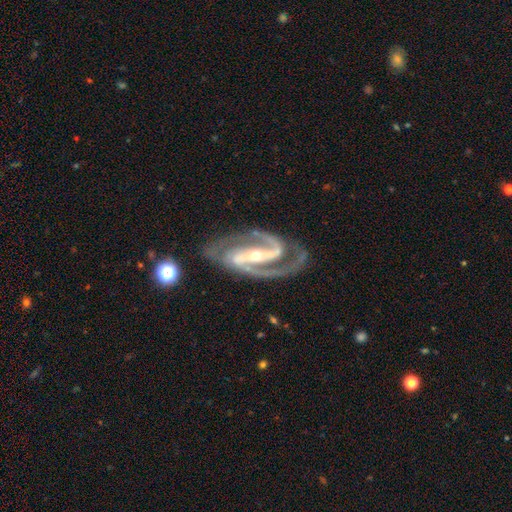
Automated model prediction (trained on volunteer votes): This appears to be a featured or disk galaxy (94%) with a strong bar (69%), 2 (92%) medium (57%) spiral arms (99%) and a small central bulge (54%). Merging: none (78%).